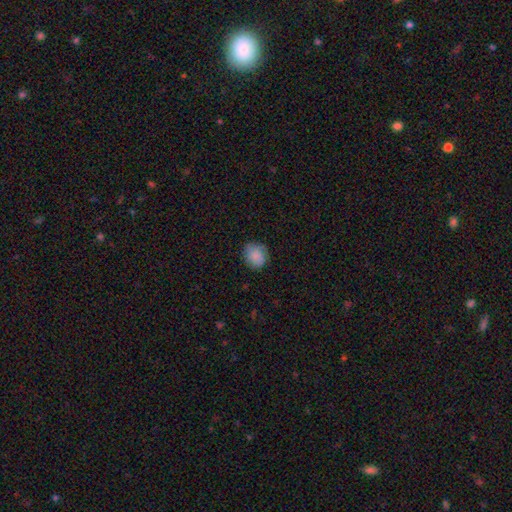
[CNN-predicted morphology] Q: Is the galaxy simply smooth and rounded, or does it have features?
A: smooth — 85%.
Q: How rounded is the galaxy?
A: round — 71%.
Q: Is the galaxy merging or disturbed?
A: none — 78%.